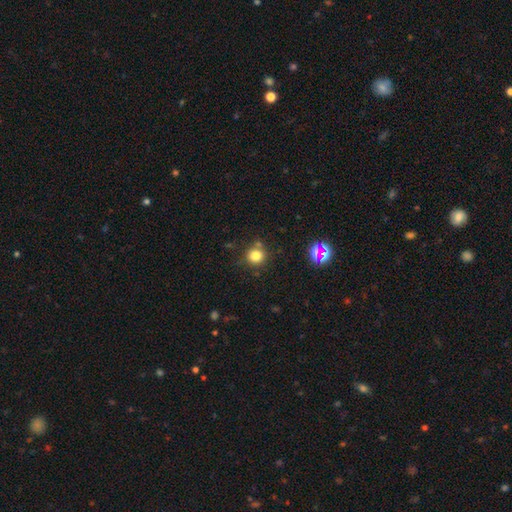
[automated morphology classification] Smooth or featured: smooth — 79% (star or artifact — 15%)
How rounded: round — 90% (in between — 9%)
Merging: none — 77% (minor disturbance — 10%)